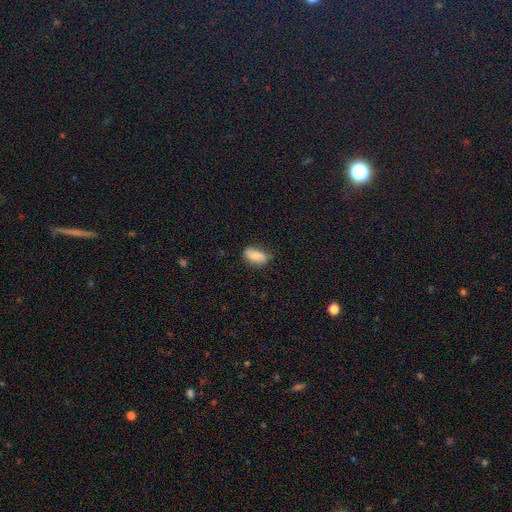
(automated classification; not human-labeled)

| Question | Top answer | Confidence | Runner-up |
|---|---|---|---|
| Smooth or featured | smooth | 77% | featured or disk (16%) |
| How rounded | in between | 90% | cigar-shaped (6%) |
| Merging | none | 68% | minor disturbance (25%) |